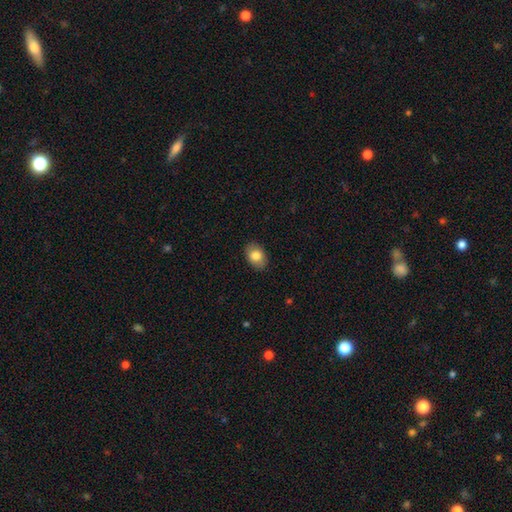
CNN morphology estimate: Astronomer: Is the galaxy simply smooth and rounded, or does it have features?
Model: smooth — 83%.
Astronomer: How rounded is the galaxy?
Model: in between — 82%.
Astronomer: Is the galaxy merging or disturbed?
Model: none — 88%.